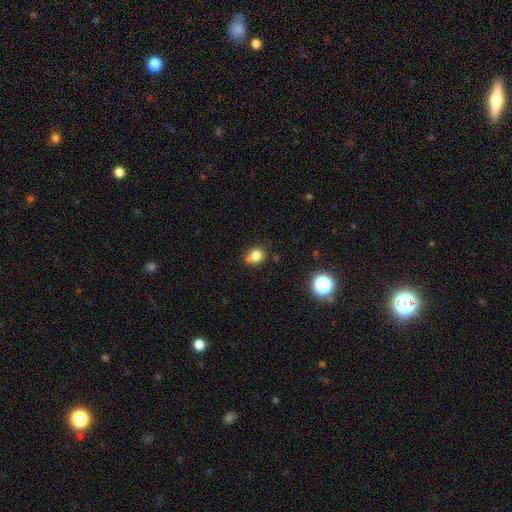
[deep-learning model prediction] Morphology: type=smooth (80%); roundness=in between (50%); merging=none (65%).